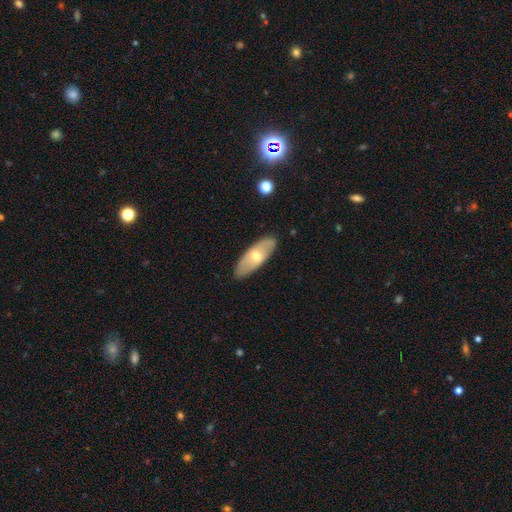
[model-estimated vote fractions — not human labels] Smooth or featured? Predicted: smooth (p=0.47, tied with featured or disk). Merging? Predicted: none (p=0.86).